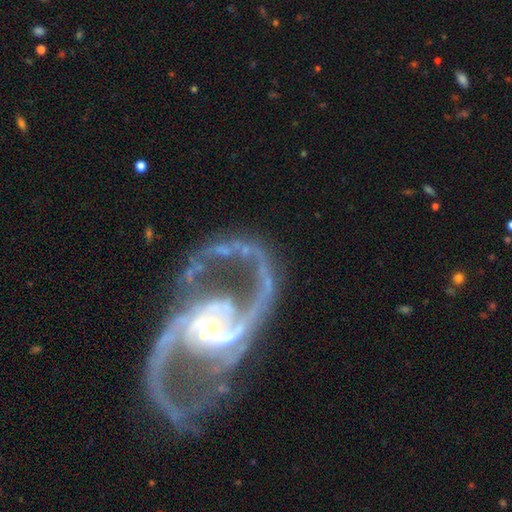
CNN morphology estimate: featured or disk 87%, star or artifact 7%, smooth 6%. Down the decision tree: edge-on disk — no (97%); bar — no (47%); spiral arms — yes (89%); spiral arm count — 2 (66%); spiral winding — medium (42%); bulge size — small (66%); merging — none (37%).